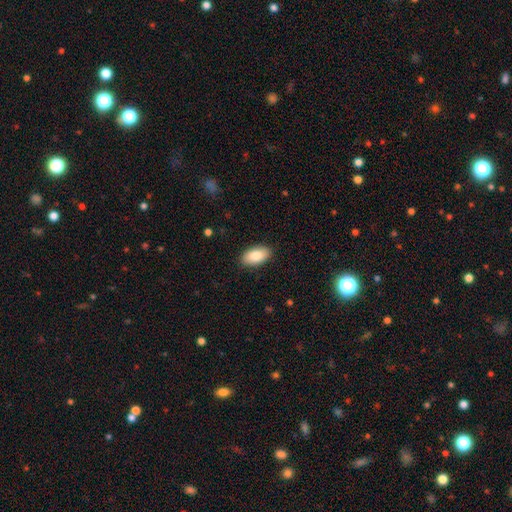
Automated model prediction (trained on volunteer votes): Q: Smooth or featured?
A: smooth (85%); runner-up: featured or disk (9%)
Q: How rounded?
A: in between (94%); runner-up: round (3%)
Q: Merging?
A: none (89%); runner-up: minor disturbance (8%)